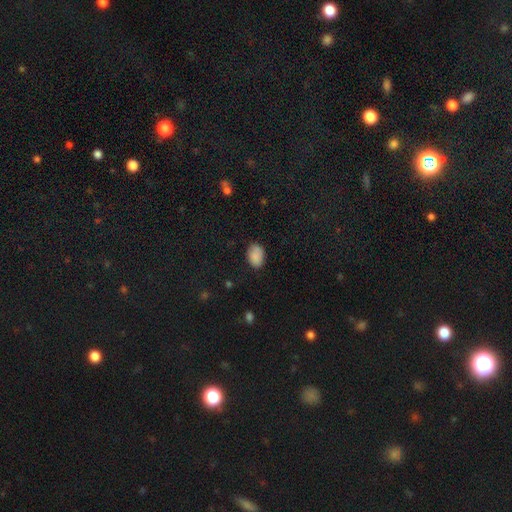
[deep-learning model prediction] A smooth galaxy with no disk features (88%) that is in between round and cigar-shaped (84%). Merging: none (81%).